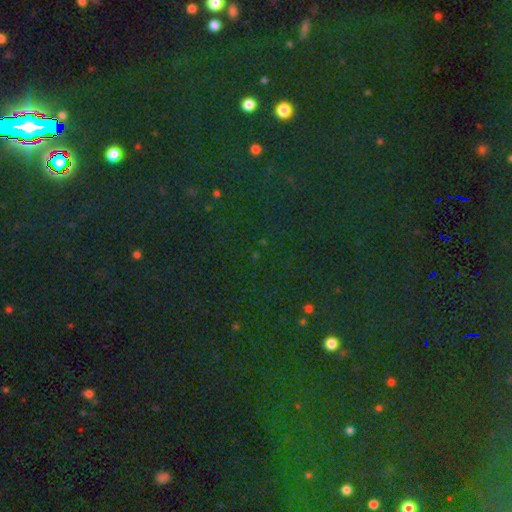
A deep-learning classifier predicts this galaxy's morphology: type=star or artifact (81%).